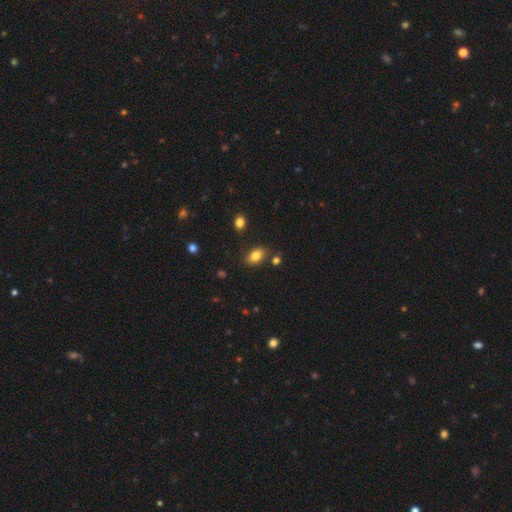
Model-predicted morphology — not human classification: type=smooth (82%); roundness=in between (85%); merging=none (78%).